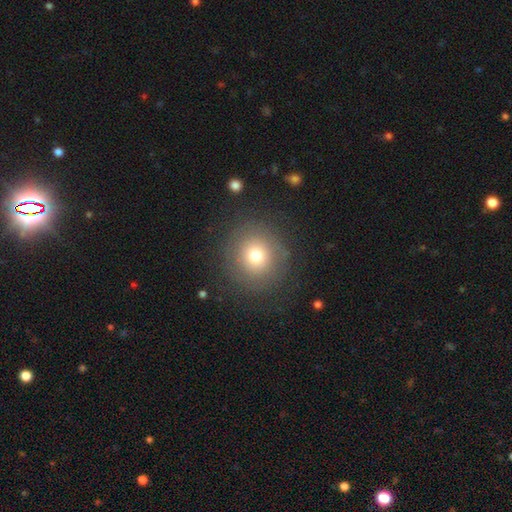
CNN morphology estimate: type=smooth (72%); roundness=round (92%); merging=none (85%).